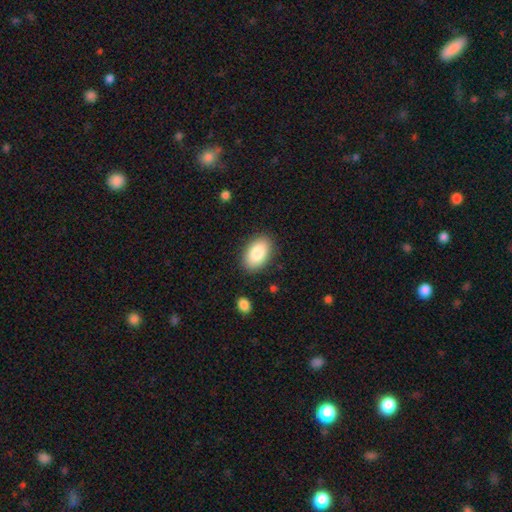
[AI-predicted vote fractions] smooth_or_featured: smooth (p=0.86) [alt: featured or disk p=0.07]
how_rounded: in between (p=0.93) [alt: round p=0.06]
merging: none (p=0.88) [alt: minor disturbance p=0.08]